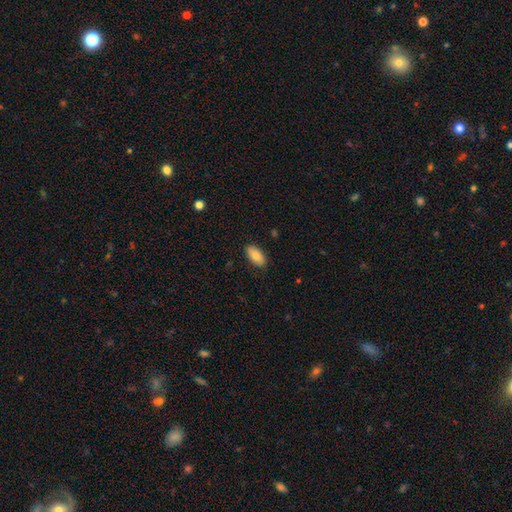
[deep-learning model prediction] smooth 82%, featured or disk 11%, star or artifact 6%. Down the decision tree: how rounded — in between (91%); merging — none (88%).